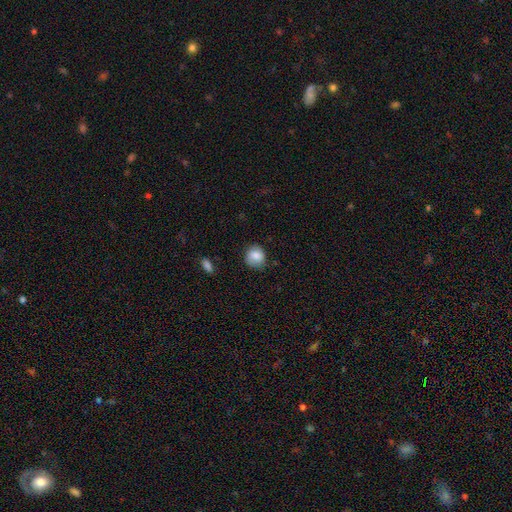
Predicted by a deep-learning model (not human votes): A smooth galaxy with no disk features (80%) that is round (77%). Merging: none (71%).